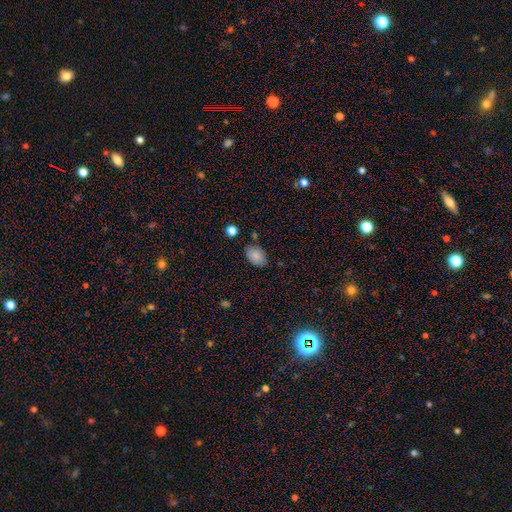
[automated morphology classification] Q: Smooth or featured?
A: smooth (84%); runner-up: star or artifact (9%)
Q: How rounded?
A: in between (88%); runner-up: round (11%)
Q: Merging?
A: none (74%); runner-up: minor disturbance (18%)